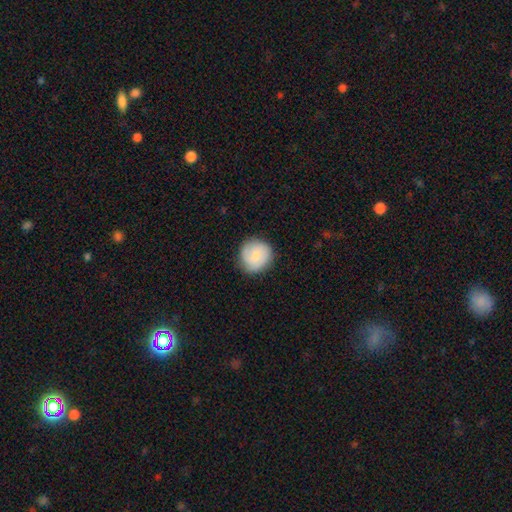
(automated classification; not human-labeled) smooth 69%, featured or disk 25%, star or artifact 7%. Down the decision tree: how rounded — round (92%); merging — none (83%).